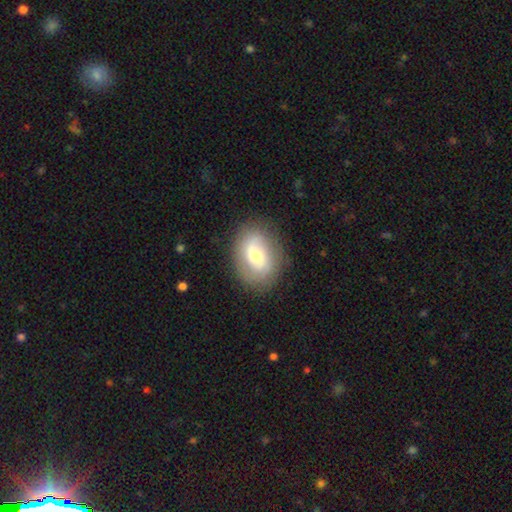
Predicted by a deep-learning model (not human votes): Smooth or featured?
  - featured or disk: 46% * (tied)
  - smooth: 46% * (tied)
  - star or artifact: 8%
Merging?
  - none: 82% *
  - minor disturbance: 13%
  - major disturbance: 5%
  - merger: 1%